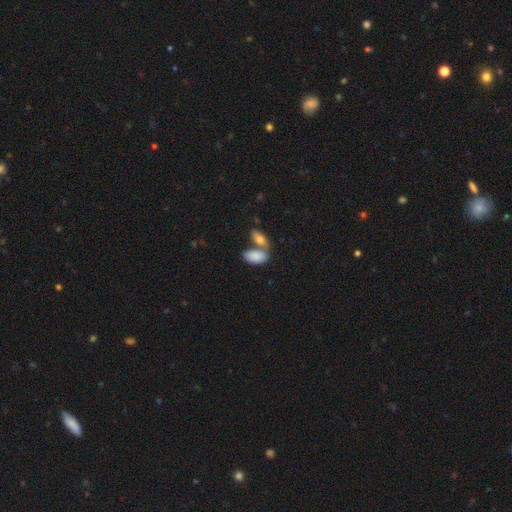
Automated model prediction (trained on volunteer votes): Smooth or featured: smooth — 85% (featured or disk — 9%)
How rounded: in between — 94% (round — 3%)
Merging: merger — 50% (none — 36%)